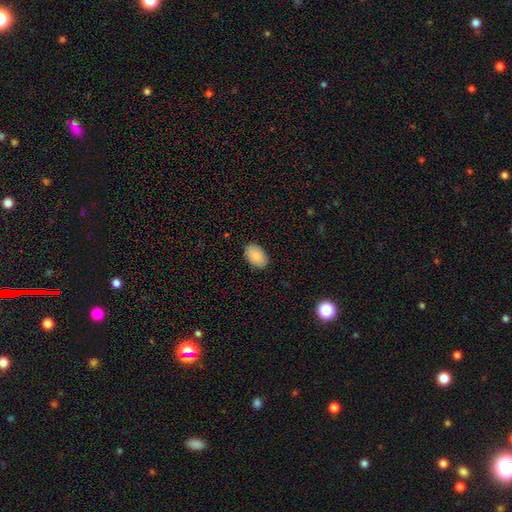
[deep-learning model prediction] A smooth galaxy with no disk features (82%) that is in between round and cigar-shaped (89%).

Vote fractions:
- Smooth or featured? smooth: 82% / featured or disk: 11% / star or artifact: 7%
- How rounded? in between: 89% / round: 10% / cigar-shaped: 1%
- Merging? none: 88% / minor disturbance: 9% / major disturbance: 2% / merger: 1%